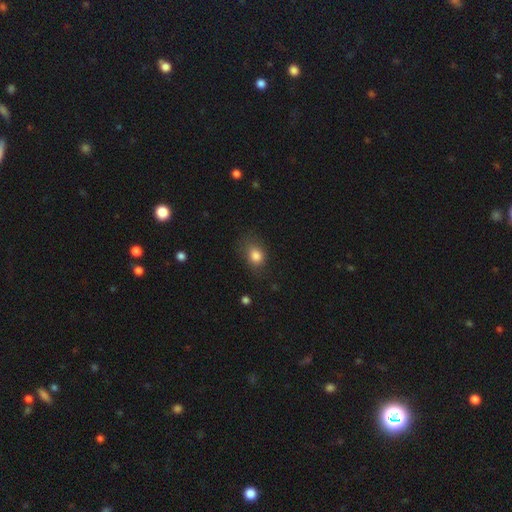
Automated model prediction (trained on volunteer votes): Overall: smooth (82%). How rounded: in between (58%; round 41%). Merging: none (65%).